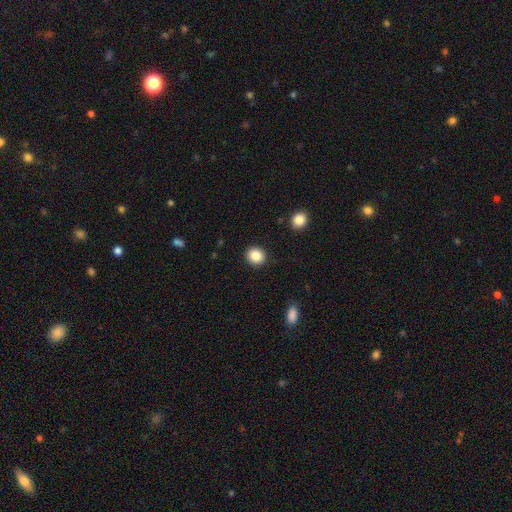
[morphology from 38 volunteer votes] A smooth galaxy with no disk features (89%) that is round (91%). Merging: none (84%).